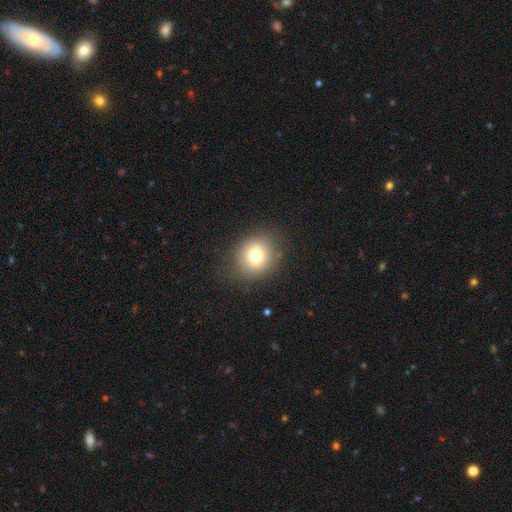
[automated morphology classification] A smooth galaxy with no disk features (76%) that is round (79%). Merging: none (81%).